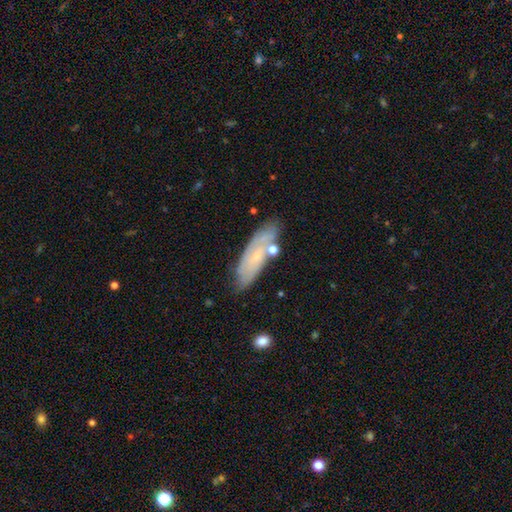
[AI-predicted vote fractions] A featured or disk galaxy (48%).

Vote fractions:
- Smooth or featured? featured or disk: 48% / smooth: 44% / star or artifact: 8%
- Merging? none: 72% / minor disturbance: 17% / merger: 7% / major disturbance: 4%